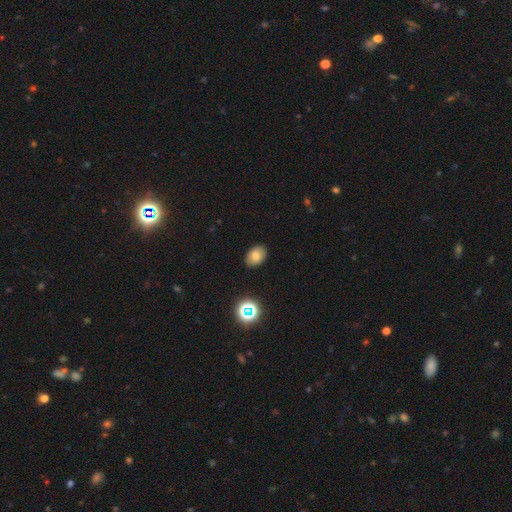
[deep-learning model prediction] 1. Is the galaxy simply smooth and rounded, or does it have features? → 78% smooth, 13% star or artifact, 9% featured or disk.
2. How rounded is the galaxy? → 81% in between, 18% round, 1% cigar-shaped.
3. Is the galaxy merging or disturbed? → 87% none, 9% minor disturbance, 2% major disturbance, 1% merger.